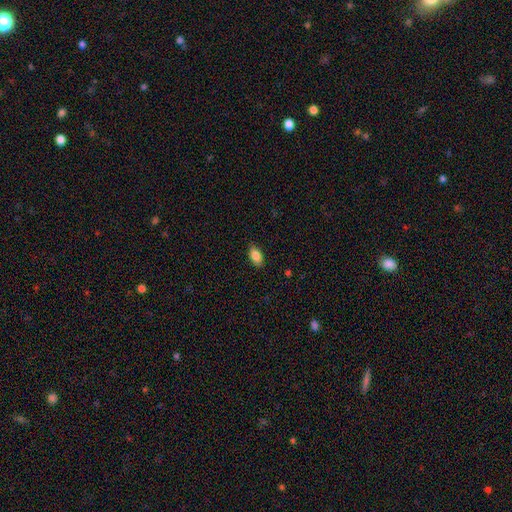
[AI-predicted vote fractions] A smooth galaxy with no disk features (86%) that is in between round and cigar-shaped (92%).

Vote fractions:
- Smooth or featured? smooth: 86% / star or artifact: 7% / featured or disk: 6%
- How rounded? in between: 92% / round: 5% / cigar-shaped: 3%
- Merging? none: 86% / minor disturbance: 11% / major disturbance: 2% / merger: 1%